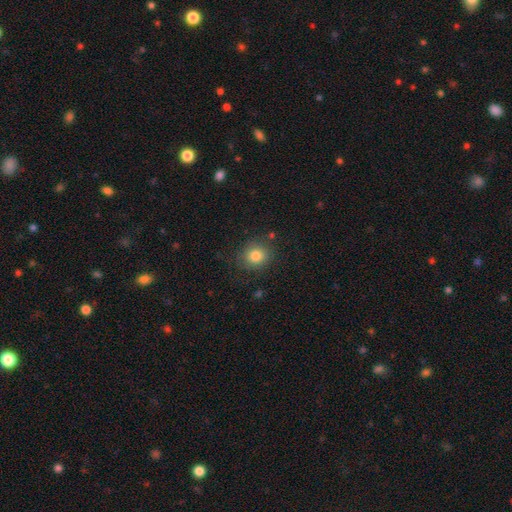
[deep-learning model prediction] Smooth or featured? Predicted: smooth (p=0.82). How rounded? Predicted: round (p=0.80). Merging? Predicted: none (p=0.82).